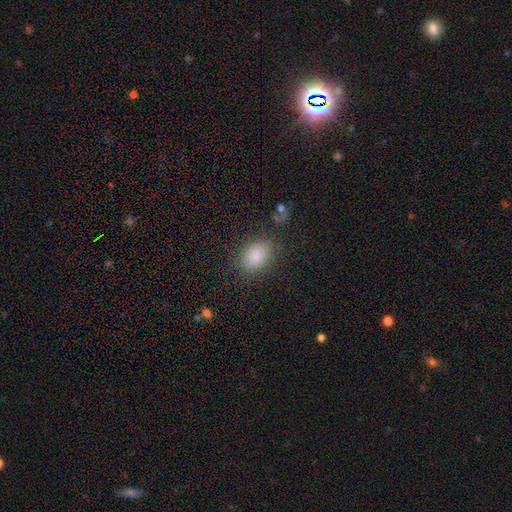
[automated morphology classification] Q: Smooth or featured?
A: smooth (85%); runner-up: star or artifact (9%)
Q: How rounded?
A: in between (77%); runner-up: round (22%)
Q: Merging?
A: none (78%); runner-up: minor disturbance (14%)